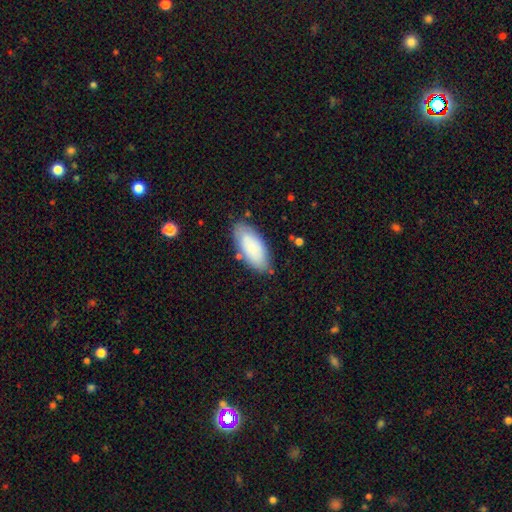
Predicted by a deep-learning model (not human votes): smooth 79%, featured or disk 15%, star or artifact 6%. Down the decision tree: how rounded — in between (89%); merging — none (77%).